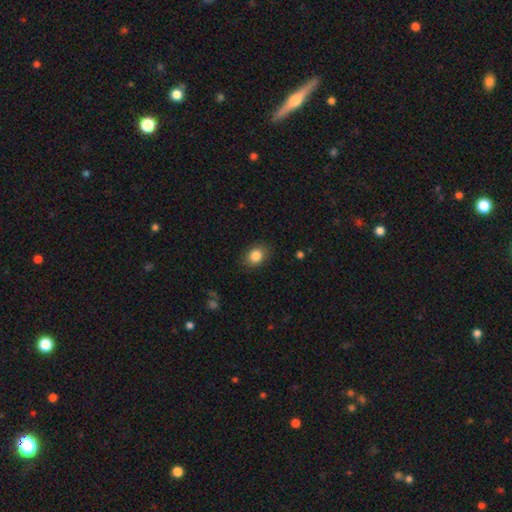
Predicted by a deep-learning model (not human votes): smooth_or_featured: smooth (p=0.85) [alt: star or artifact p=0.09]
how_rounded: in between (p=0.54) [alt: round p=0.45]
merging: none (p=0.86) [alt: minor disturbance p=0.11]